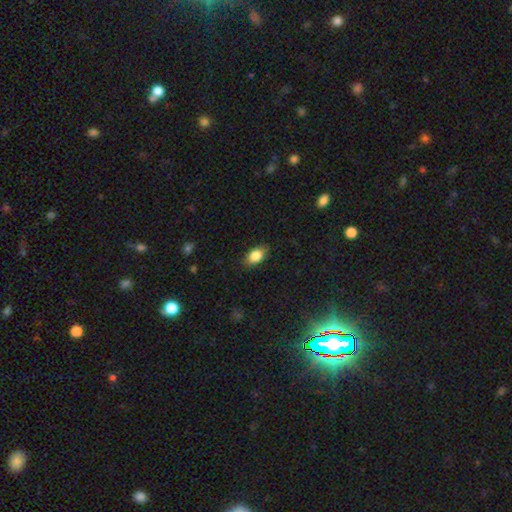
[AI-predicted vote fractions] smooth 86%, star or artifact 8%, featured or disk 6%. Down the decision tree: how rounded — in between (89%); merging — none (83%).